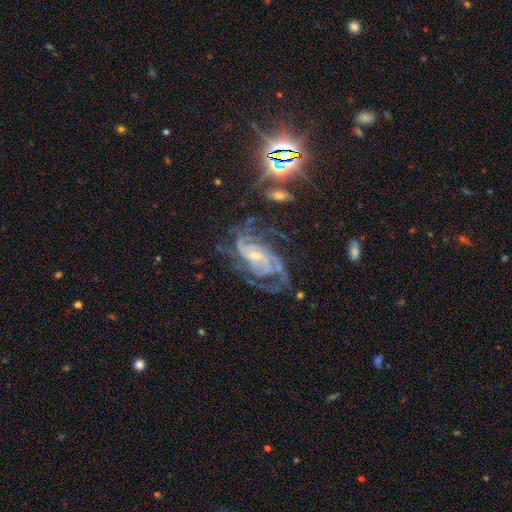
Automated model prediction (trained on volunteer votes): smooth_or_featured: featured or disk (p=0.89) [alt: star or artifact p=0.07]
disk_edge_on: no (p=0.97) [alt: yes p=0.03]
bar: weak (p=0.44) [alt: no p=0.37]
has_spiral_arms: yes (p=0.98) [alt: no p=0.02]
spiral_winding: tight (p=0.47) [alt: medium p=0.43]
spiral_arm_count: 3 (p=0.28) [alt: 2 p=0.23]
bulge_size: small (p=0.68) [alt: moderate p=0.25]
merging: none (p=0.59) [alt: minor disturbance p=0.20]